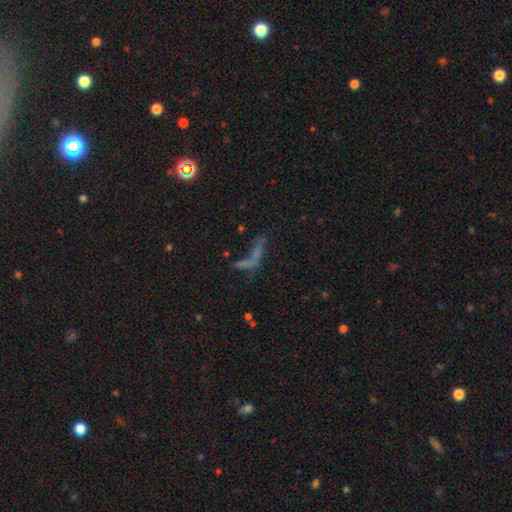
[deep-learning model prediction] Q: Smooth or featured?
A: smooth (41%); runner-up: featured or disk (32%)
Q: Merging?
A: none (34%); runner-up: major disturbance (29%)